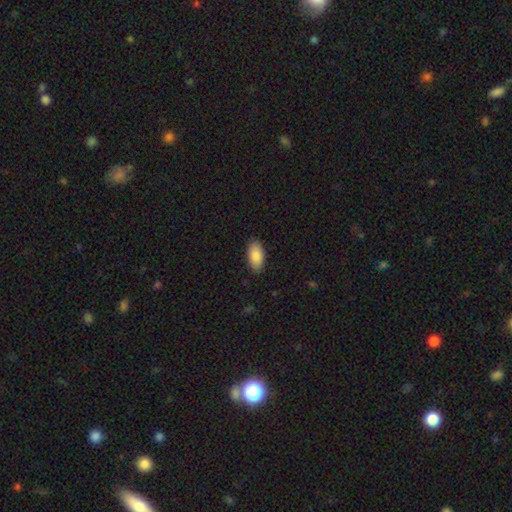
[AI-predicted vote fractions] Overall: smooth (87%). How rounded: in between (94%). Merging: none (88%).